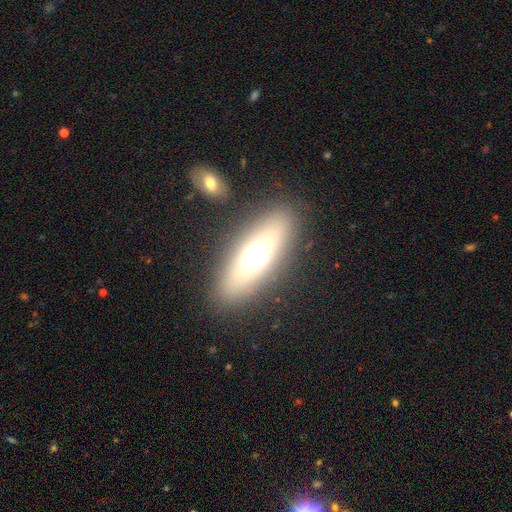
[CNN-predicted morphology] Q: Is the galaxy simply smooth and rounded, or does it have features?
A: smooth — 55%.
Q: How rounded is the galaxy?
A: in between — 65%.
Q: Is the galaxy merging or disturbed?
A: none — 84%.